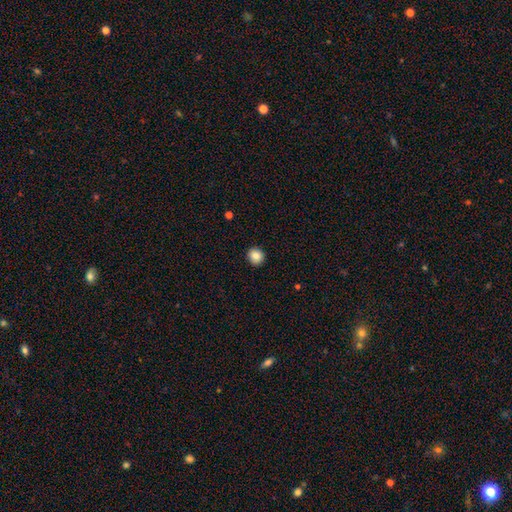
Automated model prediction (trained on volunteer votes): Morphology: type=smooth (85%); roundness=round (91%); merging=none (93%).